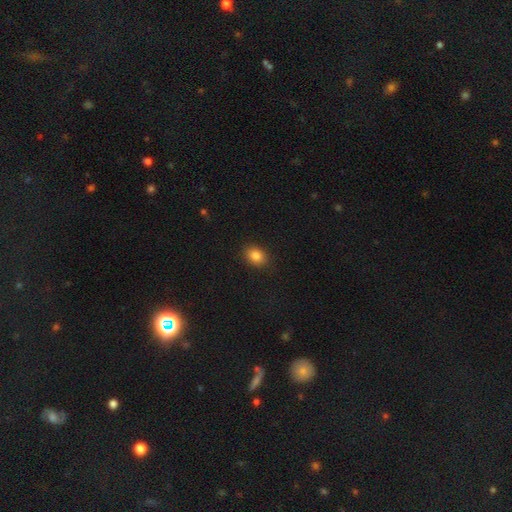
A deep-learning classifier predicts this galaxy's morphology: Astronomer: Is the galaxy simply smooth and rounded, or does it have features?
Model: smooth — 85%.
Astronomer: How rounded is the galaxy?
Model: in between — 65%.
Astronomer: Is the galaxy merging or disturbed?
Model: none — 88%.